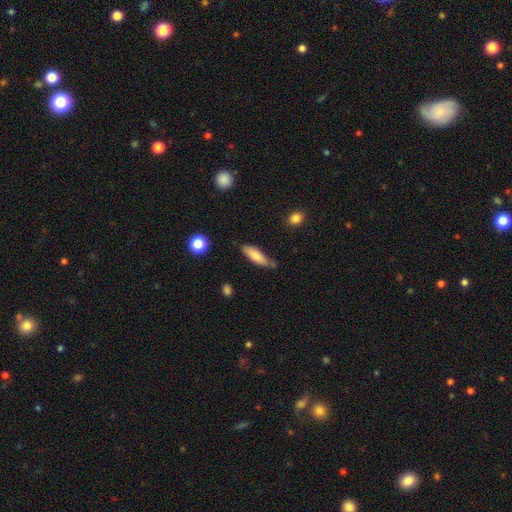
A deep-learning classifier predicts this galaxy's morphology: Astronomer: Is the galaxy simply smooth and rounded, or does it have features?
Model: smooth — 78%.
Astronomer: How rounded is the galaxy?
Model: in between — 50% (runner-up: cigar-shaped, 48%).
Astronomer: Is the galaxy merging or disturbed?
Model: none — 66%.